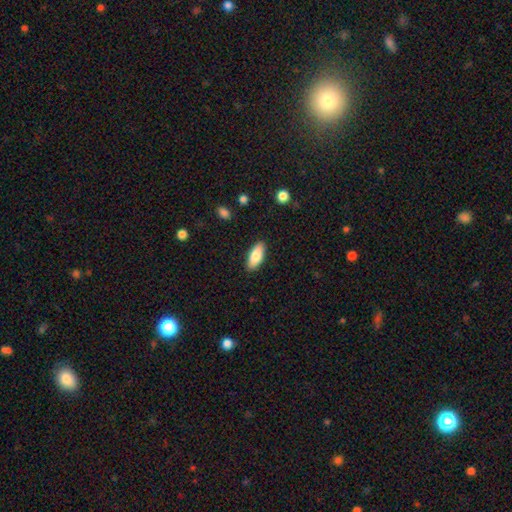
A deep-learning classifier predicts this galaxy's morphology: This is clearly a smooth galaxy (82%). How rounded: clearly in between (81%). Merging: clearly none (89%).